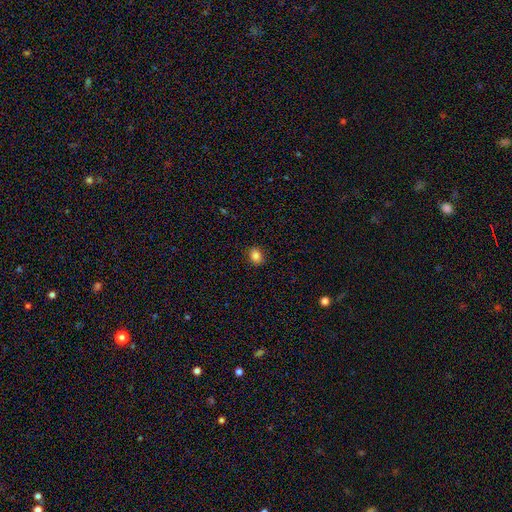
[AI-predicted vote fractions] The model was most divided on "how rounded": round: 55%, in between: 44%, cigar-shaped: 1%. More confident: merging — none (90%); smooth or featured — smooth (84%).